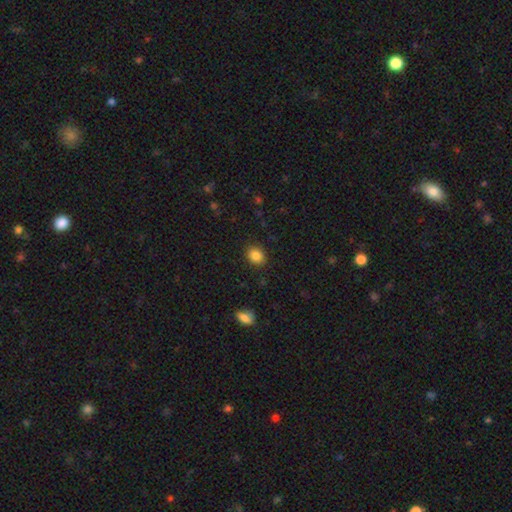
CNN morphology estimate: Q: Smooth or featured?
A: smooth (86%); runner-up: star or artifact (10%)
Q: How rounded?
A: round (58%); runner-up: in between (42%)
Q: Merging?
A: none (87%); runner-up: minor disturbance (9%)